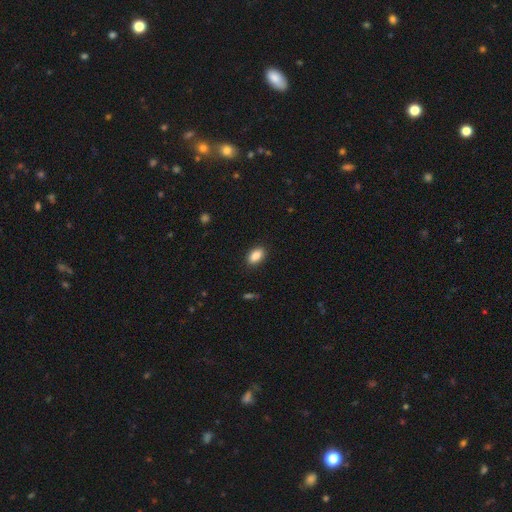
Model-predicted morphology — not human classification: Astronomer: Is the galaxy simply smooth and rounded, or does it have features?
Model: smooth — 88%.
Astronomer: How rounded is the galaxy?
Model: in between — 90%.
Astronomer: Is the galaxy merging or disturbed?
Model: none — 89%.